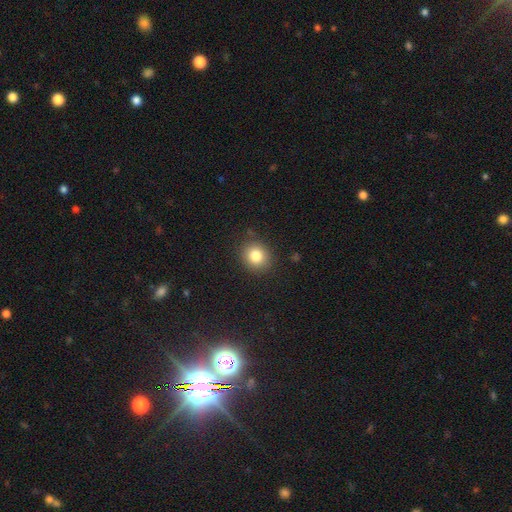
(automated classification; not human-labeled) Smooth or featured?
  - smooth: 82% *
  - star or artifact: 11%
  - featured or disk: 7%
How rounded?
  - round: 74% *
  - in between: 25%
  - cigar-shaped: 1%
Merging?
  - none: 86% *
  - minor disturbance: 10%
  - major disturbance: 3%
  - merger: 1%